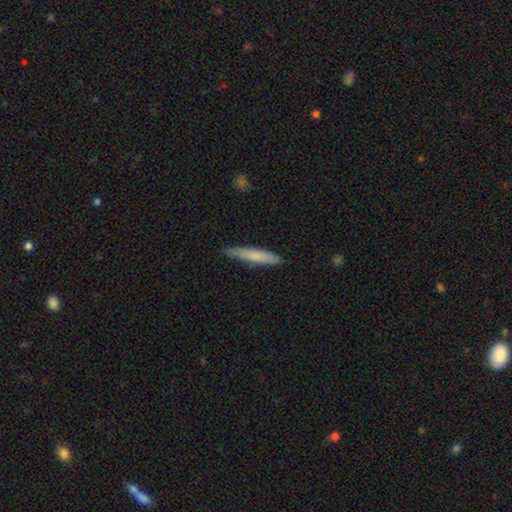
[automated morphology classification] smooth 73%, featured or disk 21%, star or artifact 5%. Down the decision tree: how rounded — cigar-shaped (91%); merging — none (85%).